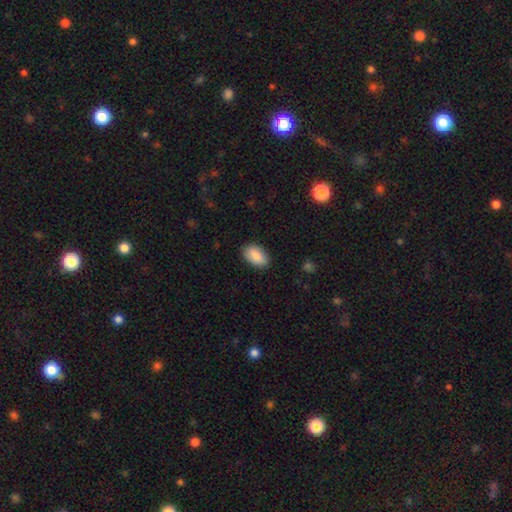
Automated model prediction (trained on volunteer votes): A smooth galaxy with no disk features (87%) that is in between round and cigar-shaped (93%). Merging: none (86%).